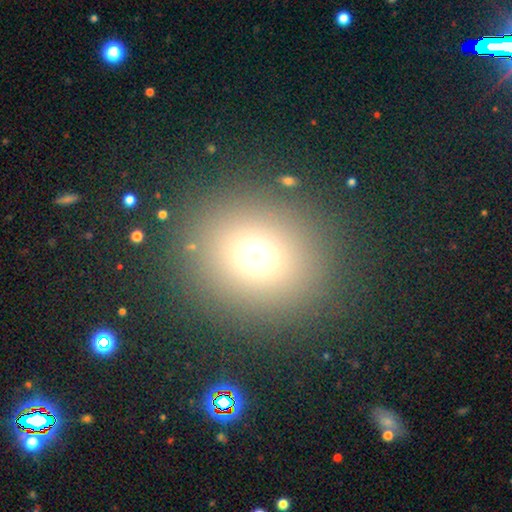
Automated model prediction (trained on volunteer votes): A smooth galaxy with no disk features (68%) that is round (85%). Merging: none (88%).